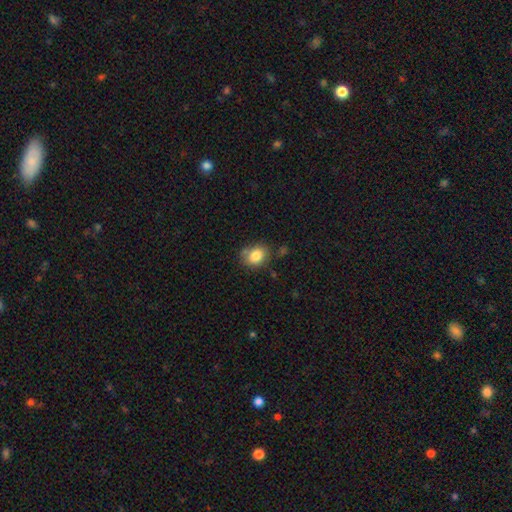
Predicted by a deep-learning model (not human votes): Smooth or featured? smooth (83%)
How rounded? in between (56%)
Merging? none (71%)